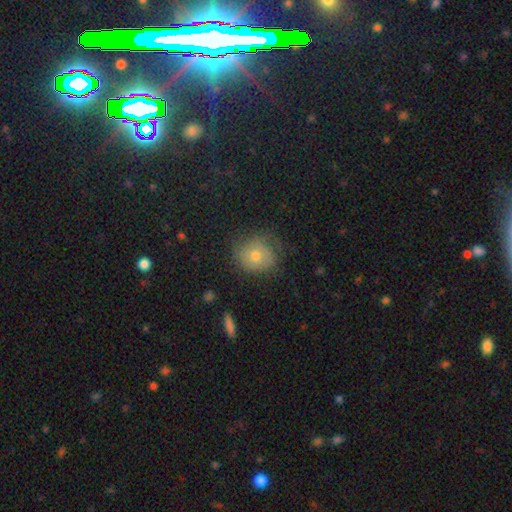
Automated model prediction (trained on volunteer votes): The model was most divided on "smooth or featured": smooth: 62%, featured or disk: 25%, star or artifact: 13%. More confident: how rounded — round (74%); merging — none (62%).